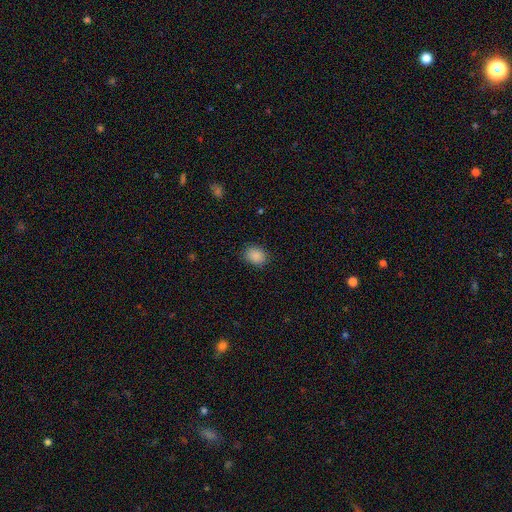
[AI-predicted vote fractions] smooth 88%, star or artifact 9%, featured or disk 3%. Down the decision tree: how rounded — in between (56%); merging — none (85%).